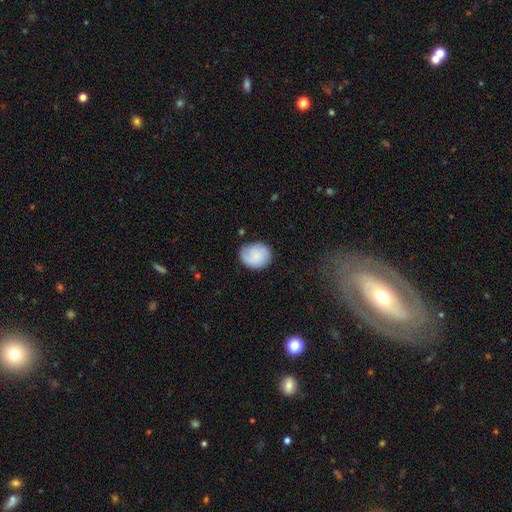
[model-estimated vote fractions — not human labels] A smooth galaxy with no disk features (77%) that is round (62%).

Vote fractions:
- Smooth or featured? smooth: 77% / featured or disk: 16% / star or artifact: 7%
- How rounded? round: 62% / in between: 37% / cigar-shaped: 1%
- Merging? none: 71% / minor disturbance: 22% / major disturbance: 5% / merger: 2%